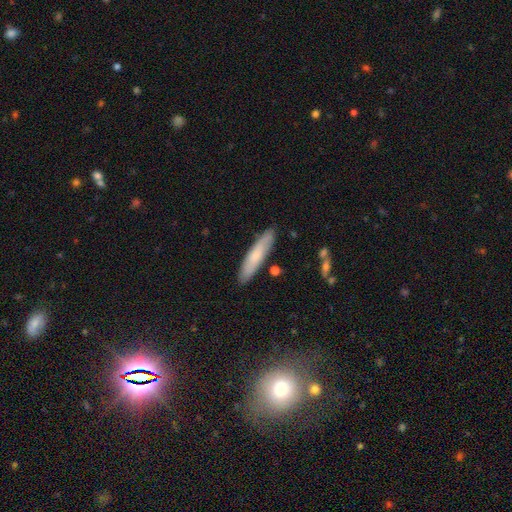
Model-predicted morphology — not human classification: Smooth or featured: smooth — 70% (featured or disk — 24%)
How rounded: cigar-shaped — 83% (in between — 16%)
Merging: none — 86% (minor disturbance — 10%)